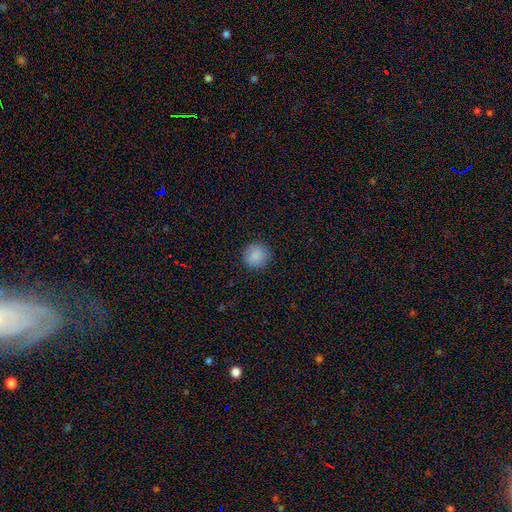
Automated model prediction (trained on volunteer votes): Smooth or featured? smooth (87%)
How rounded? round (92%)
Merging? none (89%)